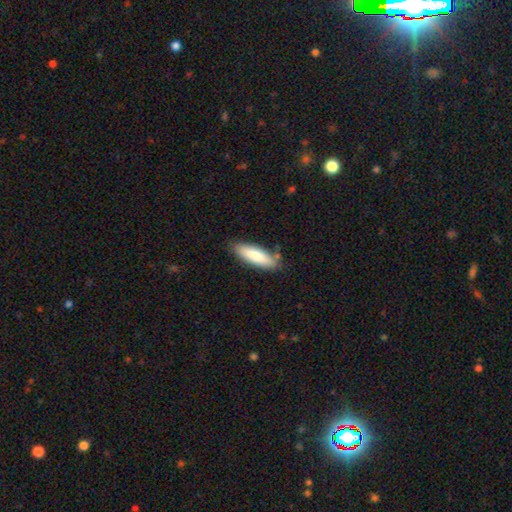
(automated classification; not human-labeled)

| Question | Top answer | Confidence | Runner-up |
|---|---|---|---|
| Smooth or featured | smooth | 81% | featured or disk (14%) |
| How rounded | in between | 52% | cigar-shaped (47%) |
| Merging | none | 81% | minor disturbance (13%) |